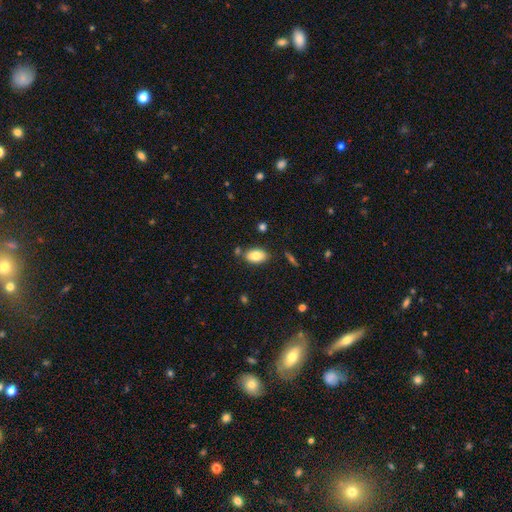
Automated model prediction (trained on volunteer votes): Smooth or featured?
  - smooth: 82% *
  - featured or disk: 10%
  - star or artifact: 8%
How rounded?
  - in between: 92% *
  - round: 6%
  - cigar-shaped: 2%
Merging?
  - none: 78% *
  - minor disturbance: 13%
  - merger: 6%
  - major disturbance: 3%